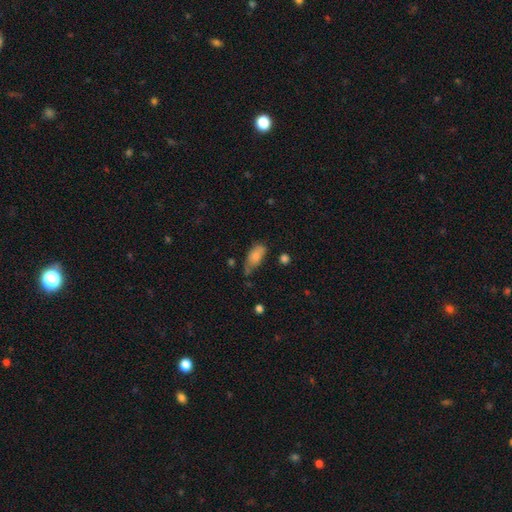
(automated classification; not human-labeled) smooth 79%, featured or disk 14%, star or artifact 8%. Down the decision tree: how rounded — in between (86%); merging — none (49%).